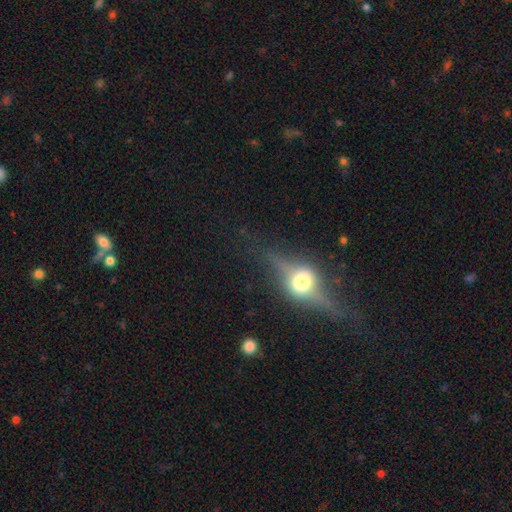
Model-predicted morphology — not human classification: A featured or disk galaxy (81%) viewed edge-on (93%) with a rounded central bulge (96%). Merging: none (84%).